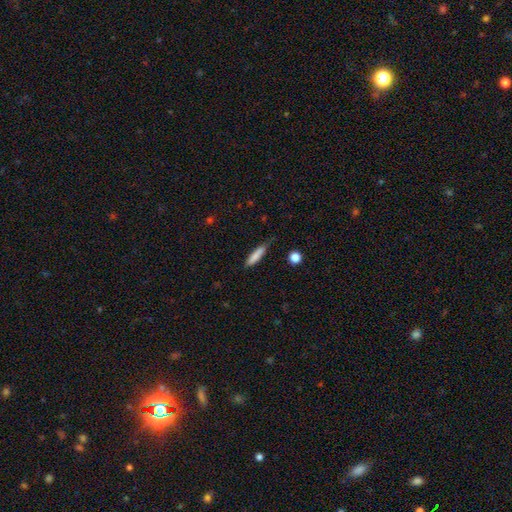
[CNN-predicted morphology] Smooth or featured: smooth — 80% (featured or disk — 13%)
How rounded: cigar-shaped — 82% (in between — 16%)
Merging: none — 71% (minor disturbance — 23%)